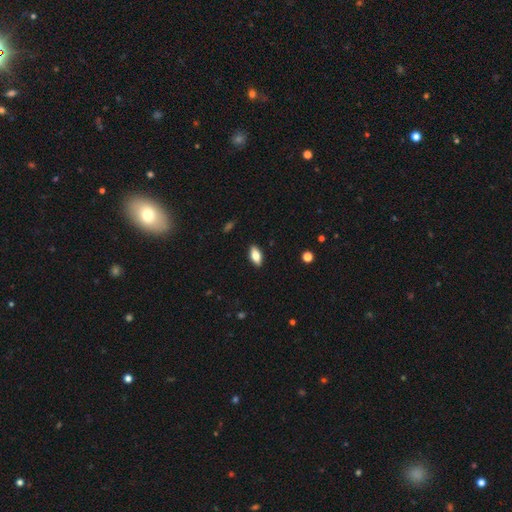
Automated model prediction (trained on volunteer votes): A smooth galaxy with no disk features (75%) that is in between round and cigar-shaped (86%). Merging: none (89%).